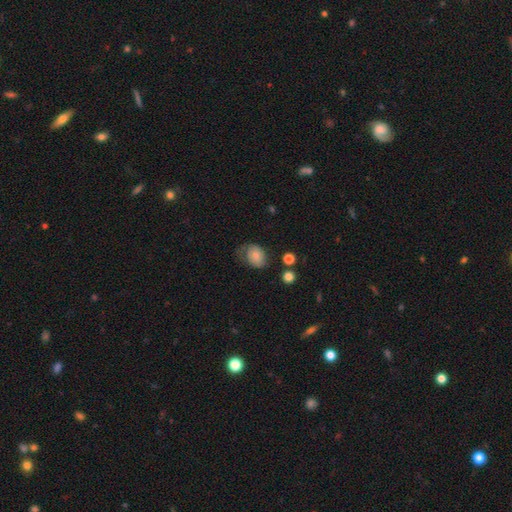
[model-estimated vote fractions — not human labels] Smooth or featured? smooth (70%)
How rounded? in between (61%)
Merging? none (40%)